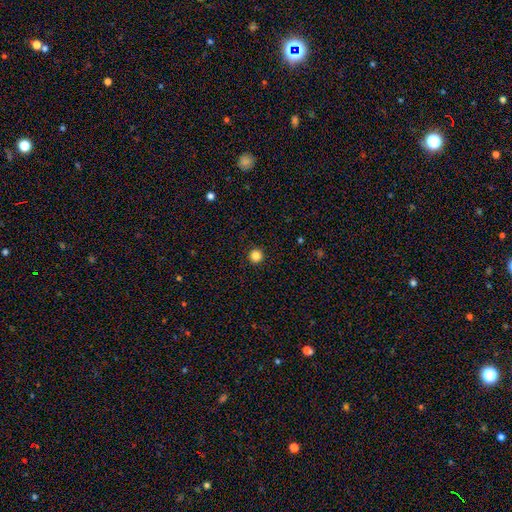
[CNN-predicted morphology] smooth_or_featured: smooth (p=0.85) [alt: star or artifact p=0.12]
how_rounded: round (p=0.96) [alt: in between p=0.03]
merging: none (p=0.93) [alt: minor disturbance p=0.04]